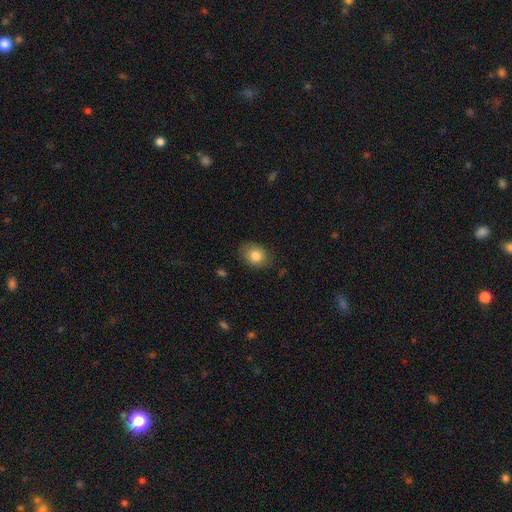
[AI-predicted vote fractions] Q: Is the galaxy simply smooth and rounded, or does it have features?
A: smooth — 83%.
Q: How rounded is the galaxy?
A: in between — 61%.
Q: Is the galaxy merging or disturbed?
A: none — 78%.